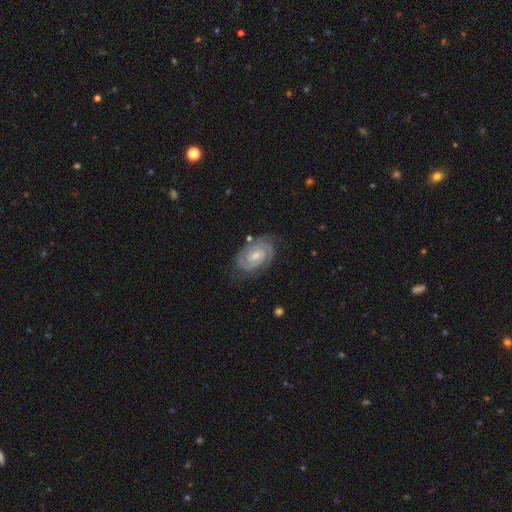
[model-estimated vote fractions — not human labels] A featured or disk galaxy (90%) with a weak bar (46%), 2 (89%) tight (73%) spiral arms (98%) and a small central bulge (51%).

Vote fractions:
- Smooth or featured? featured or disk: 90% / smooth: 6% / star or artifact: 5%
- Edge-on disk? no: 98% / yes: 2%
- Bar? weak: 46% / no: 39% / strong: 14%
- Spiral arms? yes: 98% / no: 2%
- Spiral winding? tight: 73% / medium: 24% / loose: 3%
- Spiral arm count? 2: 89% / 3: 4% / can't tell: 4% / 1: 1% / 4: 1% / more than 4: 1%
- Bulge size? small: 51% / moderate: 38% / none: 8% / large: 2% / dominant: 1%
- Merging? none: 81% / minor disturbance: 13% / major disturbance: 4% / merger: 2%